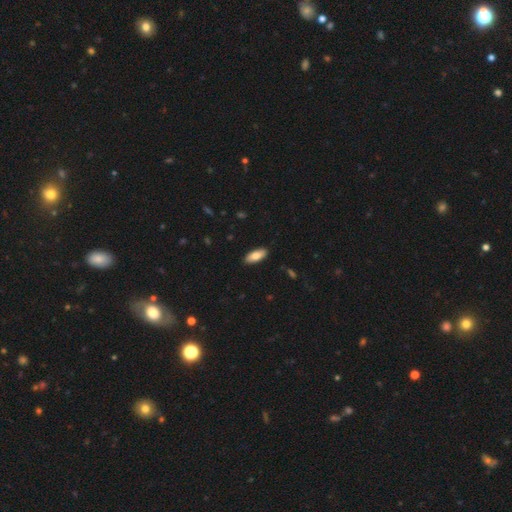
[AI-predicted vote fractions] This appears to be a smooth galaxy with no disk features (80%) that is in between round and cigar-shaped (82%). Merging: none (90%).